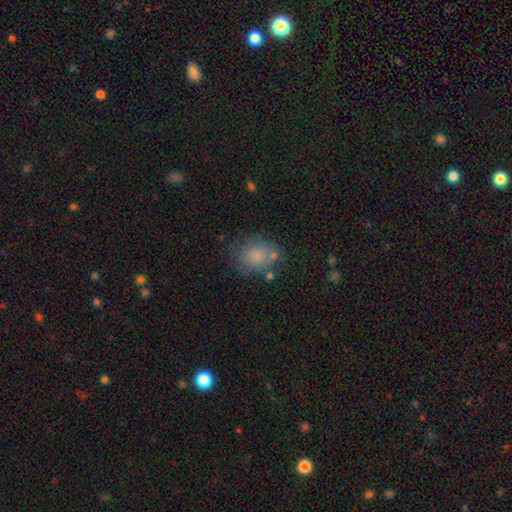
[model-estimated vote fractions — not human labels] Smooth or featured?
  - smooth: 76% *
  - featured or disk: 14%
  - star or artifact: 10%
How rounded?
  - round: 54% *
  - in between: 45%
  - cigar-shaped: 1%
Merging?
  - none: 62% *
  - minor disturbance: 21%
  - major disturbance: 9%
  - merger: 8%